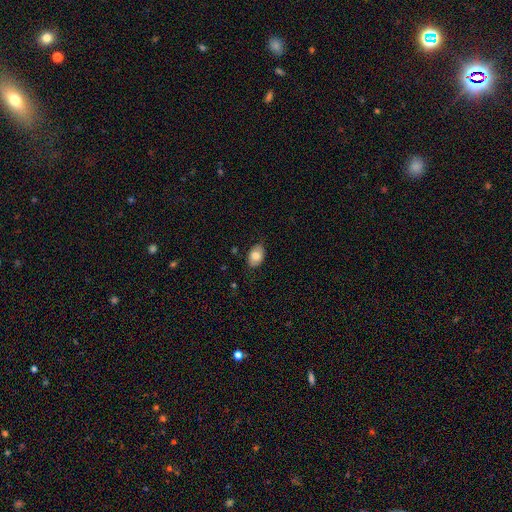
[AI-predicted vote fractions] Overall: smooth (81%). How rounded: in between (86%). Merging: none (83%).